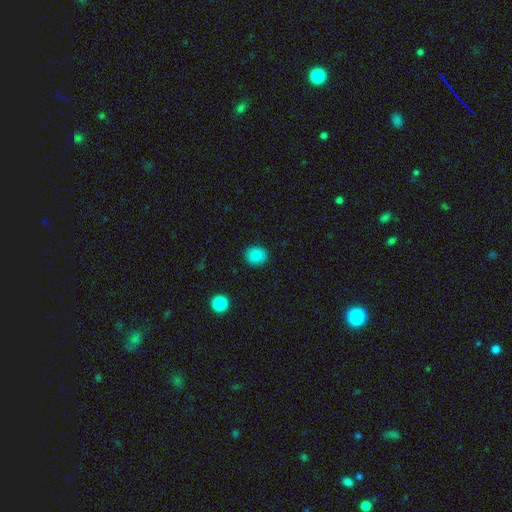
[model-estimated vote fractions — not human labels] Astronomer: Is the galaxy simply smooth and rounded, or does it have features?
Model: smooth — 84%.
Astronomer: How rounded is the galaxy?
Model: round — 79%.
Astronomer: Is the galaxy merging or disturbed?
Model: none — 91%.